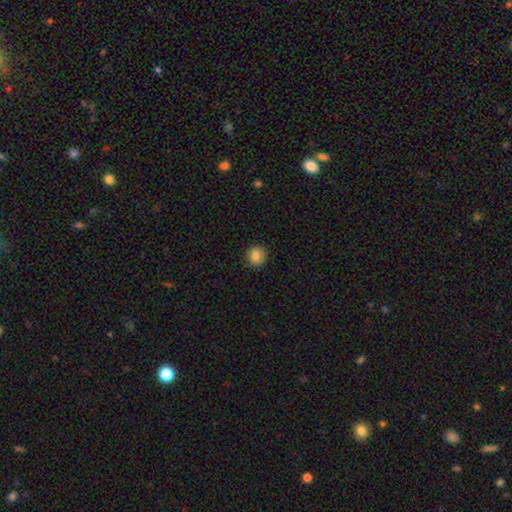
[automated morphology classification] This is clearly a smooth galaxy (85%). How rounded: clearly round (84%). Merging: clearly none (89%).